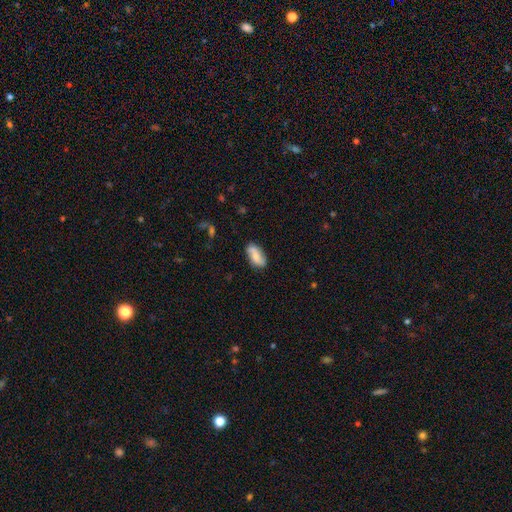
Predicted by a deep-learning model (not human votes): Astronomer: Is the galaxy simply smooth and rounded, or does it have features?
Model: smooth — 63%.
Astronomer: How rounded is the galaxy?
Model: in between — 88%.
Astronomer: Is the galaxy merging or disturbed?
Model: none — 78%.